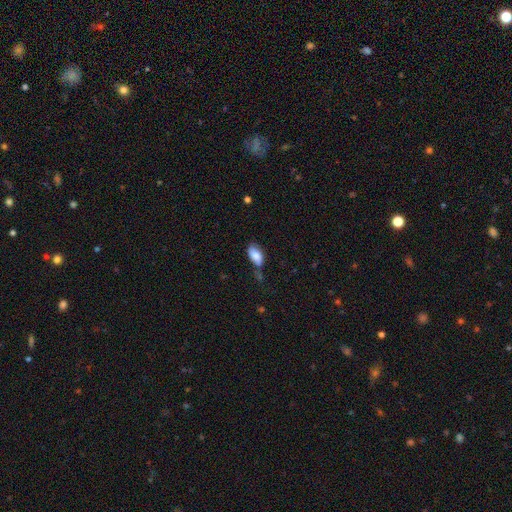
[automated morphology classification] This is likely a smooth galaxy (78%). How rounded: clearly in between (92%). Merging: possibly none (46%).